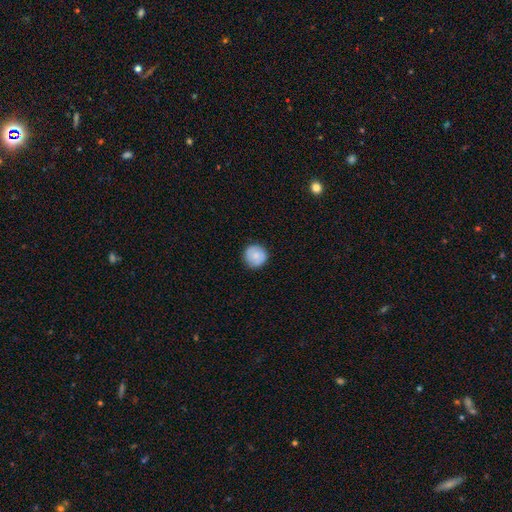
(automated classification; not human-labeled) Overall: smooth (75%). How rounded: round (94%). Merging: none (87%).